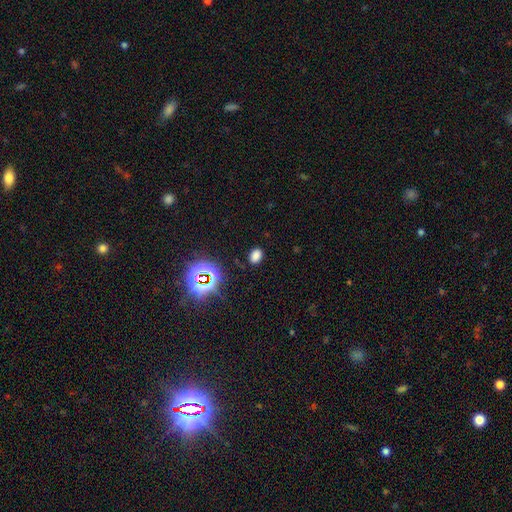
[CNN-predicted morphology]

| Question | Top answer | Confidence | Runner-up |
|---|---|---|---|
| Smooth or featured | smooth | 69% | star or artifact (25%) |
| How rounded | in between | 78% | round (20%) |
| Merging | none | 84% | minor disturbance (11%) |